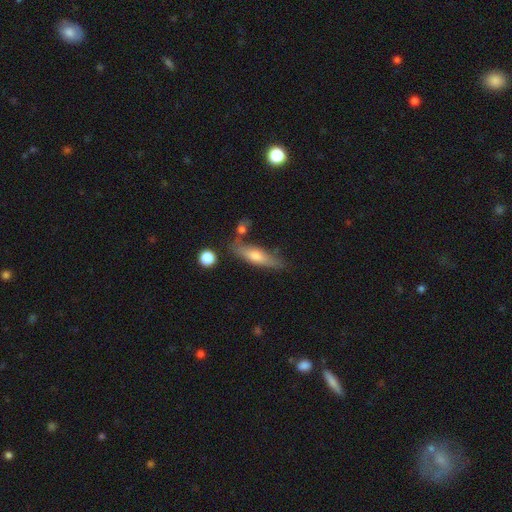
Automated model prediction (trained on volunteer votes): Morphology: type=smooth (52%); roundness=cigar-shaped (70%); merging=none (68%).